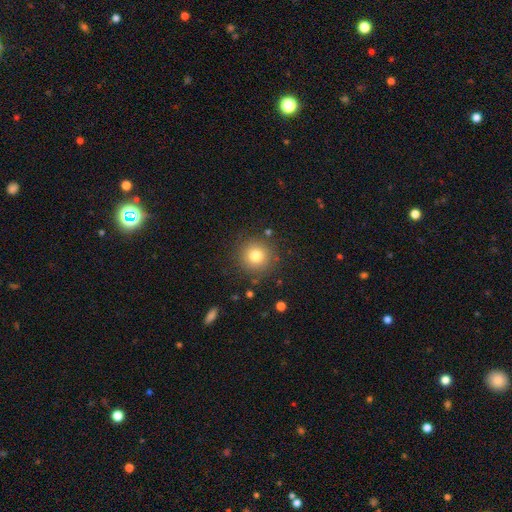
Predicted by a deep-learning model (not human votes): A smooth galaxy with no disk features (79%) that is round (94%). Merging: none (87%).